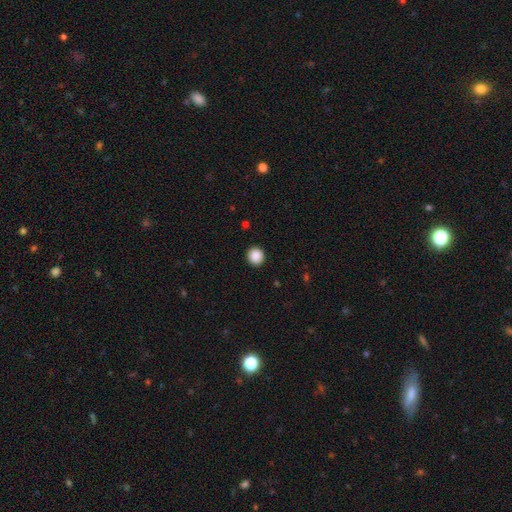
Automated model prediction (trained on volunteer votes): Smooth or featured: smooth — 88% (star or artifact — 9%)
How rounded: round — 93% (in between — 6%)
Merging: none — 93% (minor disturbance — 5%)